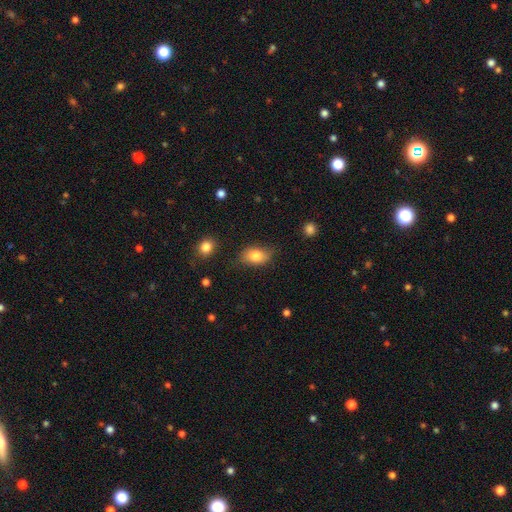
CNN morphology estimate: This is clearly a smooth galaxy (81%). How rounded: clearly in between (82%). Merging: likely none (75%).